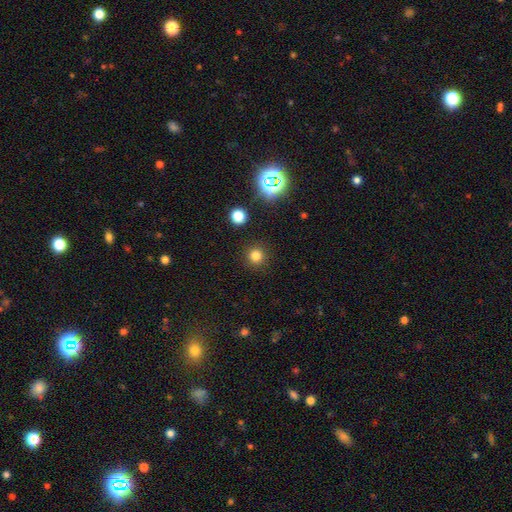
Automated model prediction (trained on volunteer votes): A smooth galaxy with no disk features (78%) that is round (94%).

Vote fractions:
- Smooth or featured? smooth: 78% / star or artifact: 17% / featured or disk: 5%
- How rounded? round: 94% / in between: 5% / cigar-shaped: 1%
- Merging? none: 91% / minor disturbance: 5% / major disturbance: 2% / merger: 2%